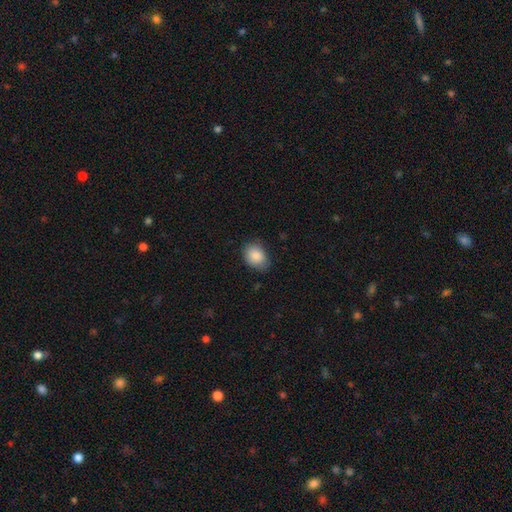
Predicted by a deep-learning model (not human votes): Smooth or featured?
  - smooth: 86% *
  - star or artifact: 8%
  - featured or disk: 6%
How rounded?
  - in between: 64% *
  - round: 35%
  - cigar-shaped: 1%
Merging?
  - none: 74% *
  - minor disturbance: 21%
  - major disturbance: 4%
  - merger: 1%